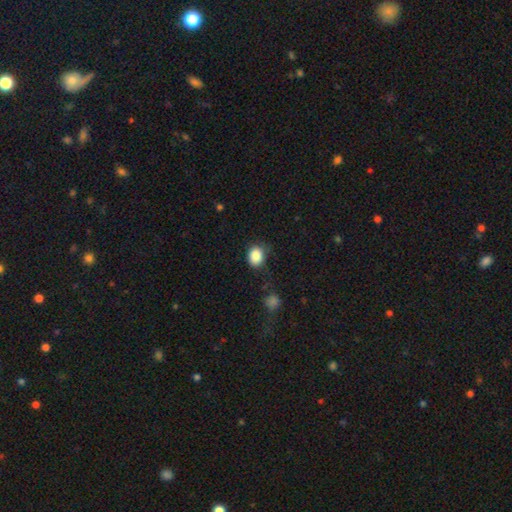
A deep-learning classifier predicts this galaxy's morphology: This appears to be a smooth galaxy with no disk features (87%) that is round (54%). Merging: none (72%).